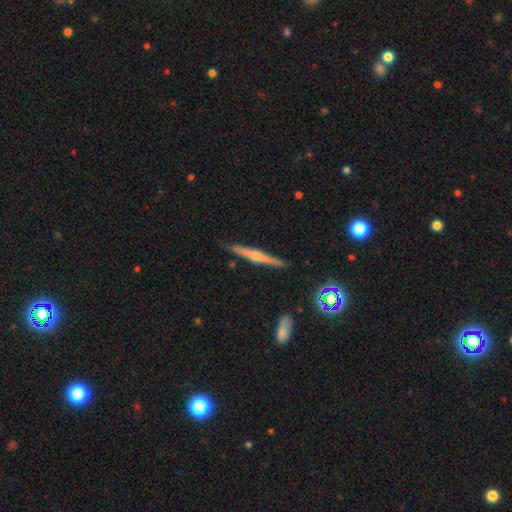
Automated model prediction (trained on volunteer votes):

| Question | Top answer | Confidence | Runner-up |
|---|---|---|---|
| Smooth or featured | featured or disk | 70% | smooth (22%) |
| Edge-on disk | yes | 97% | no (3%) |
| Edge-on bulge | rounded | 79% | none (14%) |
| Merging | none | 88% | minor disturbance (8%) |